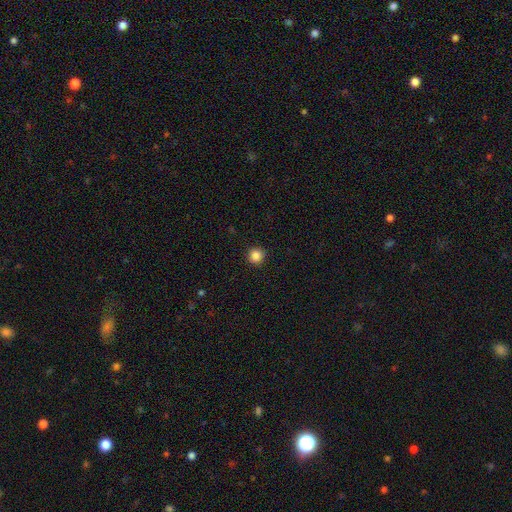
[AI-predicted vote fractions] smooth-or-featured: smooth: 86% | star or artifact: 11% | featured or disk: 3%
  how-rounded: round: 95% | in between: 4% | cigar-shaped: 1%
  merging: none: 93% | minor disturbance: 5% | major disturbance: 2% | merger: 1%